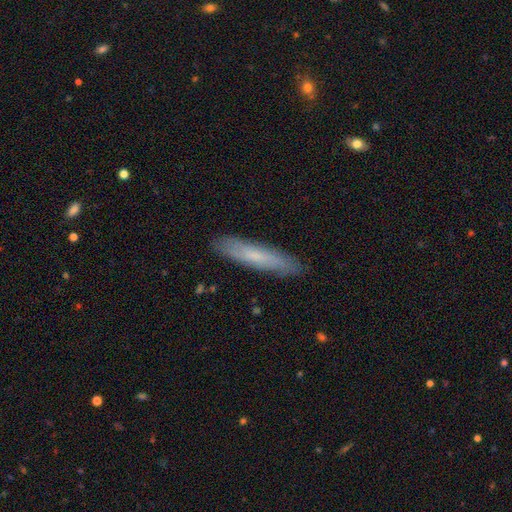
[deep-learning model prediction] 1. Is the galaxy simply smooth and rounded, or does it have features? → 62% smooth, 32% featured or disk, 7% star or artifact.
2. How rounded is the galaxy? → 87% cigar-shaped, 12% in between, 1% round.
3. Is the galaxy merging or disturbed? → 88% none, 9% minor disturbance, 2% major disturbance, 1% merger.